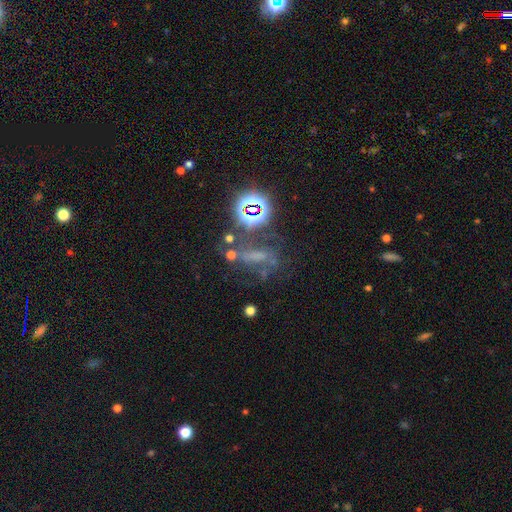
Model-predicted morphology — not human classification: A star or artifact, not a galaxy (44%).